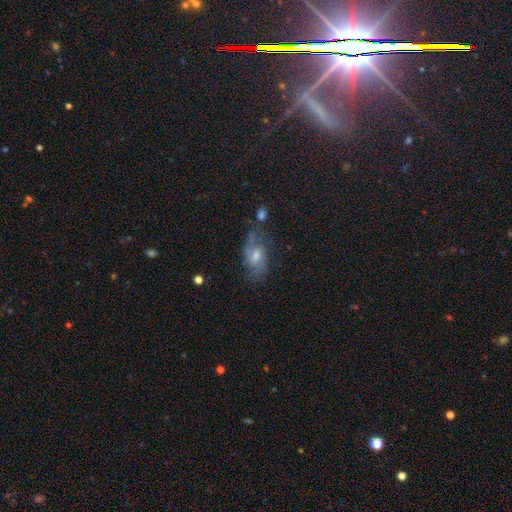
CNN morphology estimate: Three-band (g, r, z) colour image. It shows a featured or disk galaxy (53%). Merging: none (59%).